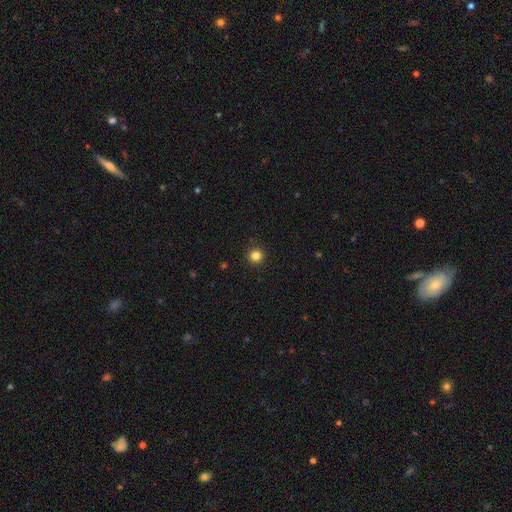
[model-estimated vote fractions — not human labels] The model was most divided on "smooth or featured": smooth: 83%, star or artifact: 13%, featured or disk: 4%. More confident: how rounded — round (96%); merging — none (93%).